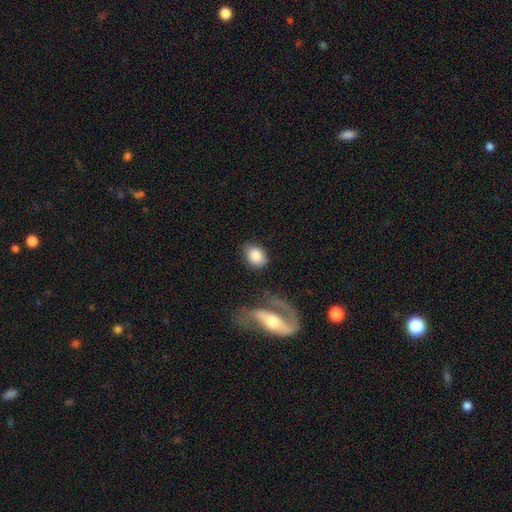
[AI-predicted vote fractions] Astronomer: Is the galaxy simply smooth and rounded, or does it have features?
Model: smooth — 83%.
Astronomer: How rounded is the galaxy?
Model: in between — 66%.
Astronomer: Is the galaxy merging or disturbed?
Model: none — 74%.